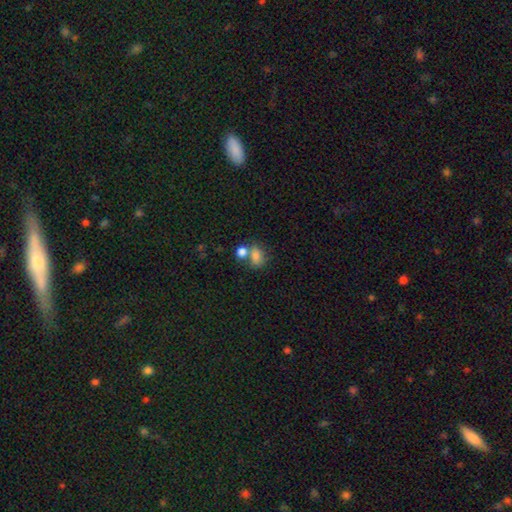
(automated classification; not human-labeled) smooth 79%, star or artifact 12%, featured or disk 10%. Down the decision tree: how rounded — in between (62%); merging — merger (42%).